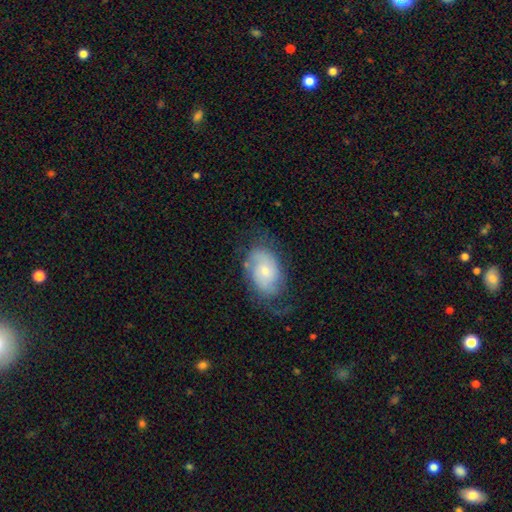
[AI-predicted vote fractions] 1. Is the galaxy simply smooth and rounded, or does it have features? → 62% featured or disk, 30% smooth, 8% star or artifact.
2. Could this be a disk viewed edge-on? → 96% no, 4% yes.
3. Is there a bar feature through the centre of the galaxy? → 74% no, 22% weak, 4% strong.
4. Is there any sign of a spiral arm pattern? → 83% yes, 17% no.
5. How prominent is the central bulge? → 60% small, 34% moderate, 3% large, 2% none, 1% dominant.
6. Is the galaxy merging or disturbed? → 58% none, 25% minor disturbance, 16% major disturbance, 2% merger.